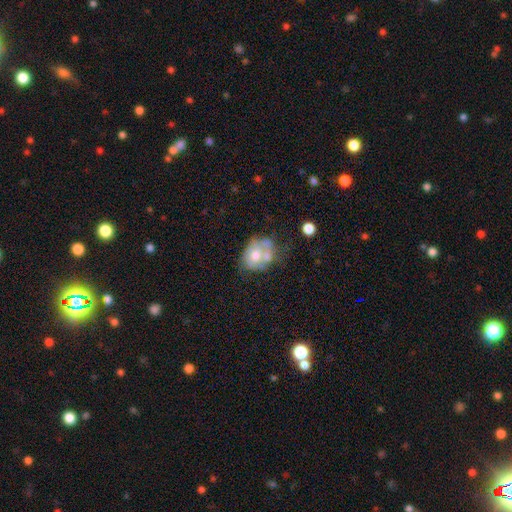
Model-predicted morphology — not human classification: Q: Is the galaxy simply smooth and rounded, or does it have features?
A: smooth — 47%.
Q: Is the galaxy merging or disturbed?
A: merger — 35%.